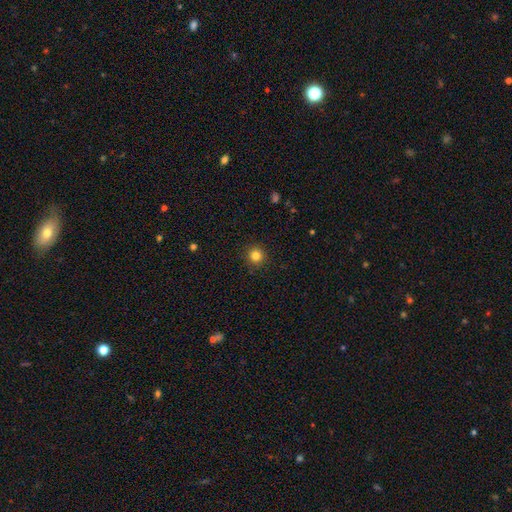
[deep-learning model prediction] This appears to be a smooth galaxy with no disk features (82%) that is round (95%). Merging: none (92%).